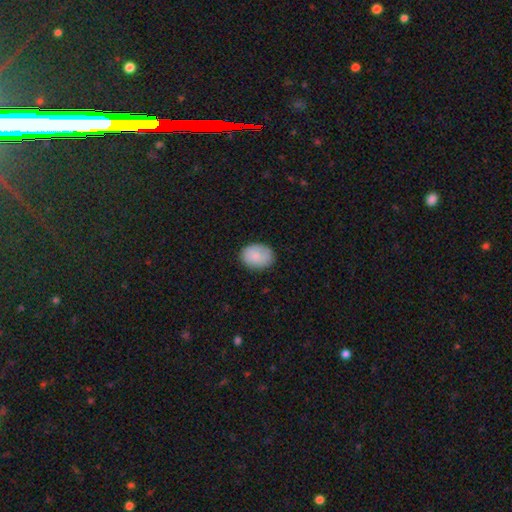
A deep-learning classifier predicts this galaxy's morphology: smooth-or-featured: smooth: 83% | featured or disk: 10% | star or artifact: 7%
  how-rounded: in between: 65% | round: 34% | cigar-shaped: 1%
  merging: none: 82% | minor disturbance: 14% | major disturbance: 3% | merger: 1%